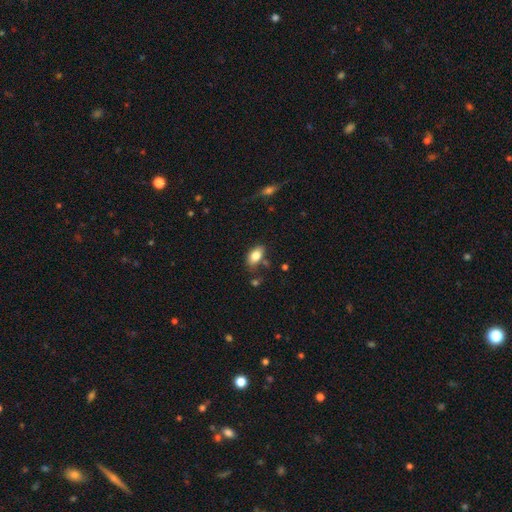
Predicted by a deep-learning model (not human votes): Overall: smooth (82%). How rounded: in between (91%). Merging: none (73%).